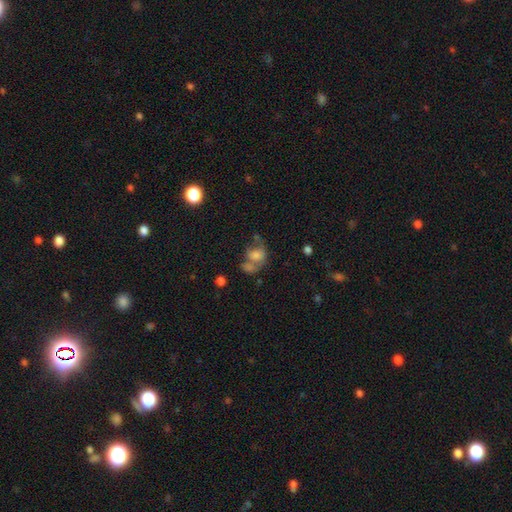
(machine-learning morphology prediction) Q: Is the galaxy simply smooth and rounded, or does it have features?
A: smooth — 51%.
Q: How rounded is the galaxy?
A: in between — 54%.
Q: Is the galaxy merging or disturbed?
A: merger — 35%.